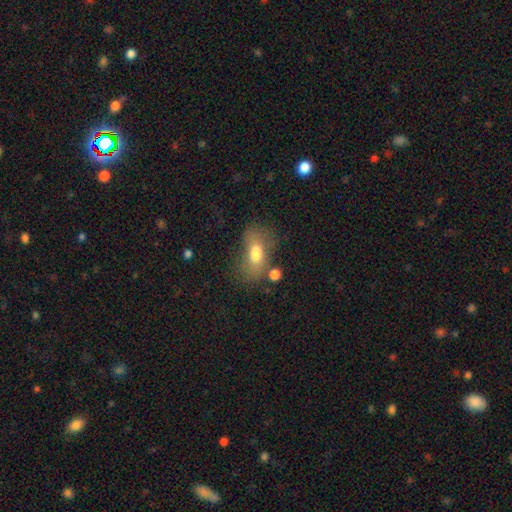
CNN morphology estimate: Smooth or featured?
  - smooth: 66% *
  - featured or disk: 23%
  - star or artifact: 11%
How rounded?
  - in between: 83% *
  - round: 11%
  - cigar-shaped: 6%
Merging?
  - none: 43% *
  - minor disturbance: 24%
  - major disturbance: 20%
  - merger: 13%